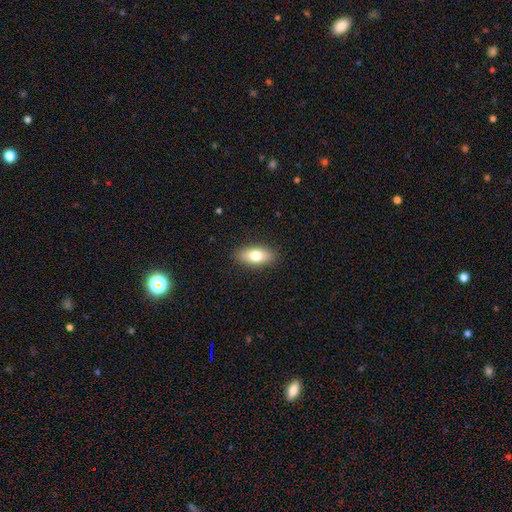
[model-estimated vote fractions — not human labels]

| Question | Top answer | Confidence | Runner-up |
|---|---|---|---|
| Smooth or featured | smooth | 76% | featured or disk (17%) |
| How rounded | in between | 86% | cigar-shaped (10%) |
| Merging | none | 88% | minor disturbance (8%) |